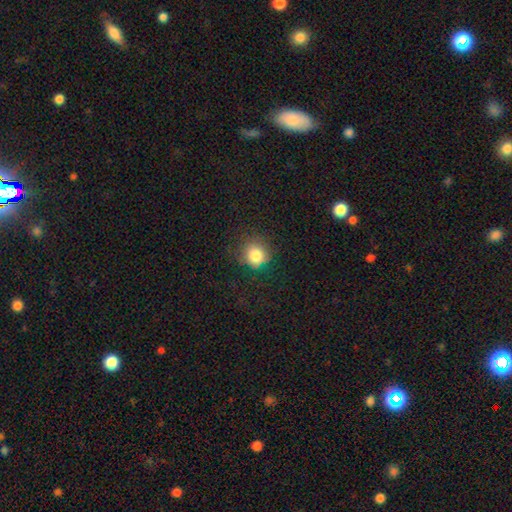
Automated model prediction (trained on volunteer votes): Morphology: type=smooth (82%); roundness=round (87%); merging=none (76%).